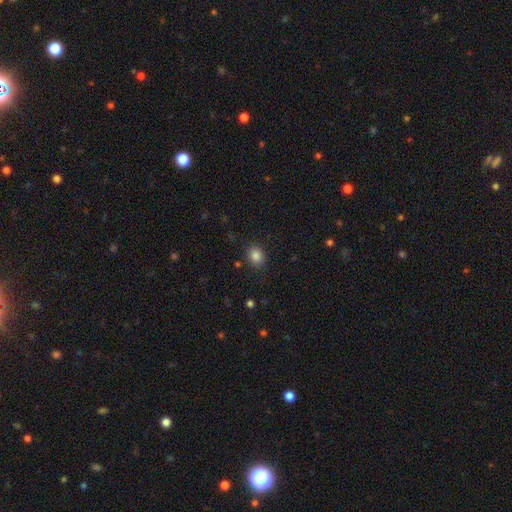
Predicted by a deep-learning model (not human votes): This is clearly a smooth galaxy (85%). How rounded: likely round (61%). Merging: clearly none (86%).